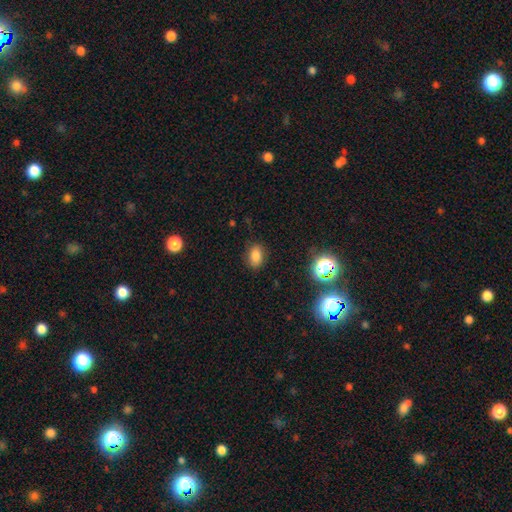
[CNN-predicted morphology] A smooth galaxy with no disk features (81%) that is in between round and cigar-shaped (80%). Merging: none (84%).